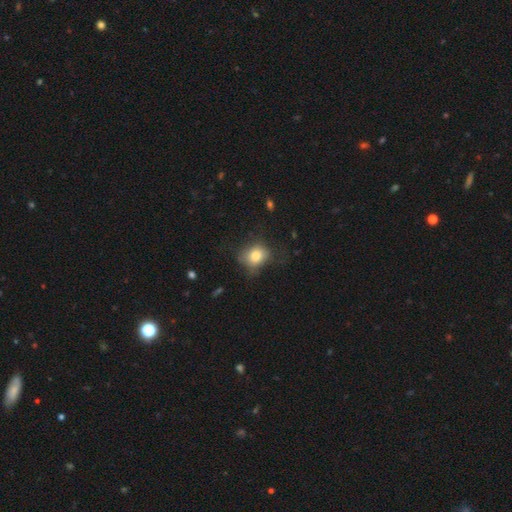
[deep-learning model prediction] Smooth or featured?
  - smooth: 79% *
  - featured or disk: 11%
  - star or artifact: 10%
How rounded?
  - round: 64% *
  - in between: 35%
  - cigar-shaped: 1%
Merging?
  - none: 59% *
  - minor disturbance: 26%
  - major disturbance: 13%
  - merger: 2%